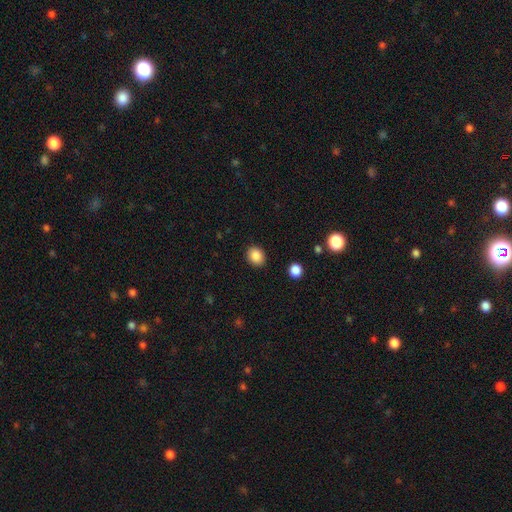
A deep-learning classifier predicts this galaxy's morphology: smooth_or_featured: smooth (p=0.87) [alt: star or artifact p=0.09]
how_rounded: round (p=0.59) [alt: in between p=0.41]
merging: none (p=0.88) [alt: minor disturbance p=0.08]